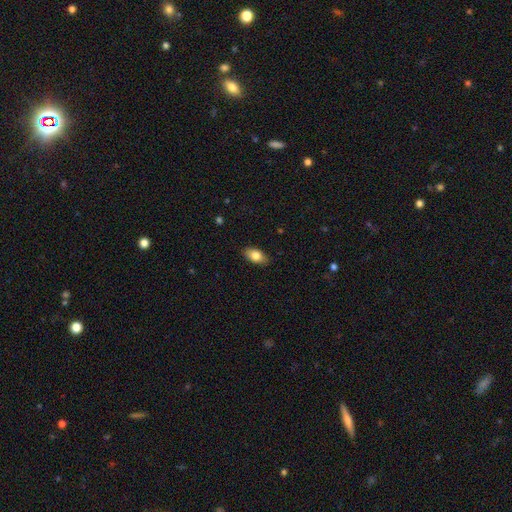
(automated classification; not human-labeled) Overall: smooth (82%). How rounded: in between (91%). Merging: none (87%).